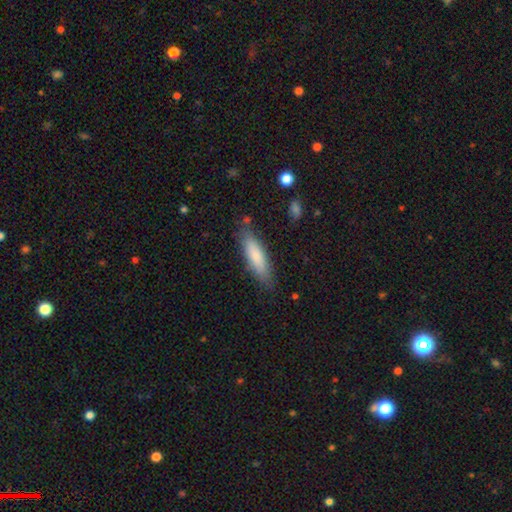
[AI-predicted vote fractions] Smooth or featured?
  - smooth: 80% *
  - featured or disk: 14%
  - star or artifact: 6%
How rounded?
  - cigar-shaped: 66% *
  - in between: 33%
  - round: 1%
Merging?
  - none: 81% *
  - minor disturbance: 14%
  - major disturbance: 3%
  - merger: 2%